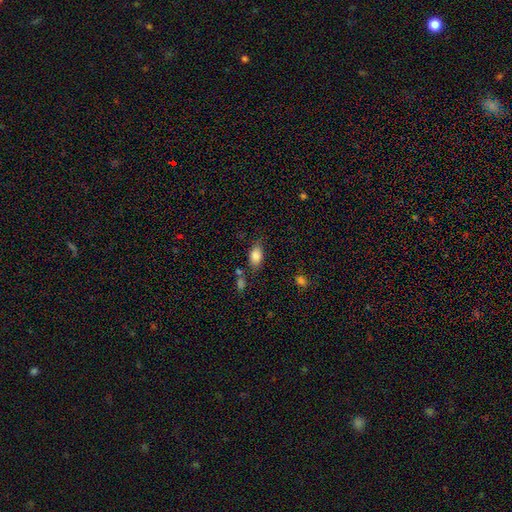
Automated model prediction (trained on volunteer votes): Smooth or featured?
  - smooth: 84% *
  - star or artifact: 8%
  - featured or disk: 8%
How rounded?
  - in between: 87% *
  - round: 9%
  - cigar-shaped: 3%
Merging?
  - none: 67% *
  - minor disturbance: 19%
  - merger: 8%
  - major disturbance: 6%